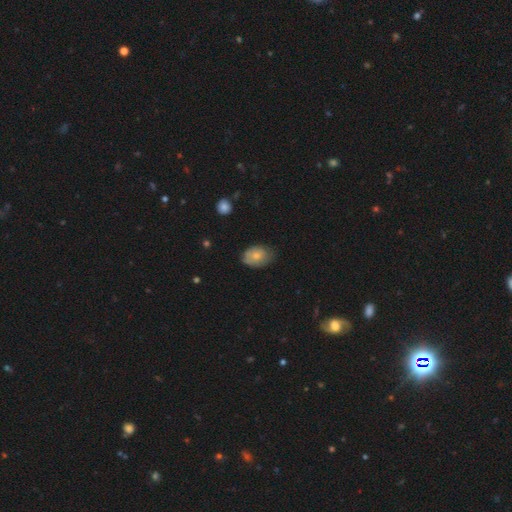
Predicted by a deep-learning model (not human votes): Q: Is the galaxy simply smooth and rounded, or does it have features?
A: smooth — 68%.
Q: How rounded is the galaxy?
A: in between — 77%.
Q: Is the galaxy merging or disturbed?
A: none — 59%.